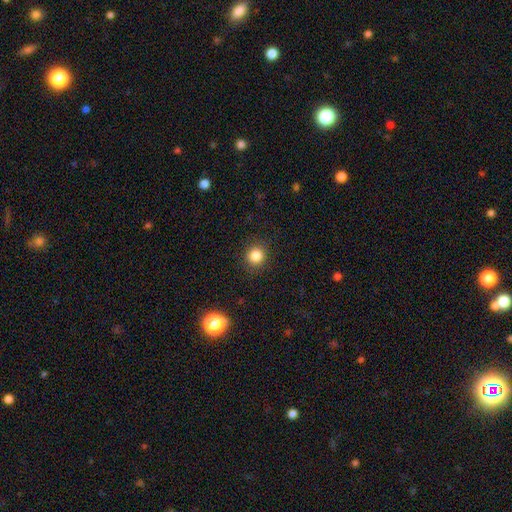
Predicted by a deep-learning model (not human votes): Smooth or featured?
  - smooth: 84% *
  - star or artifact: 12%
  - featured or disk: 4%
How rounded?
  - round: 89% *
  - in between: 10%
  - cigar-shaped: 1%
Merging?
  - none: 90% *
  - minor disturbance: 7%
  - major disturbance: 3%
  - merger: 1%